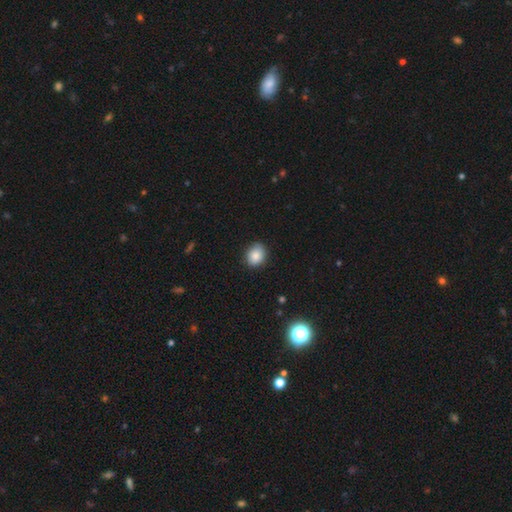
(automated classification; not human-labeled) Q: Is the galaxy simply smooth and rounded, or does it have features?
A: smooth — 85%.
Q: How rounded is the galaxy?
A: round — 58%.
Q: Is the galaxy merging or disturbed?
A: none — 83%.